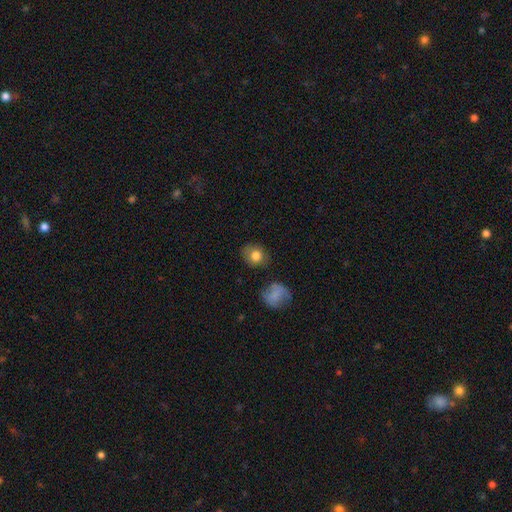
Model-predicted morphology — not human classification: This is clearly a smooth galaxy (80%). How rounded: likely round (67%). Merging: likely none (75%).